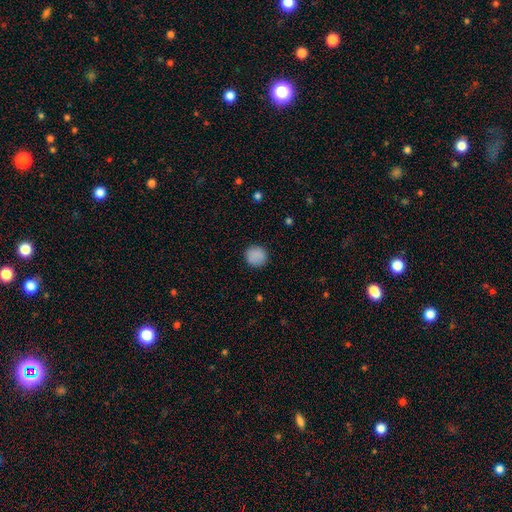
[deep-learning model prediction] Smooth or featured?
  - smooth: 88% *
  - star or artifact: 8%
  - featured or disk: 4%
How rounded?
  - round: 90% *
  - in between: 9%
  - cigar-shaped: 1%
Merging?
  - none: 88% *
  - minor disturbance: 9%
  - major disturbance: 2%
  - merger: 1%